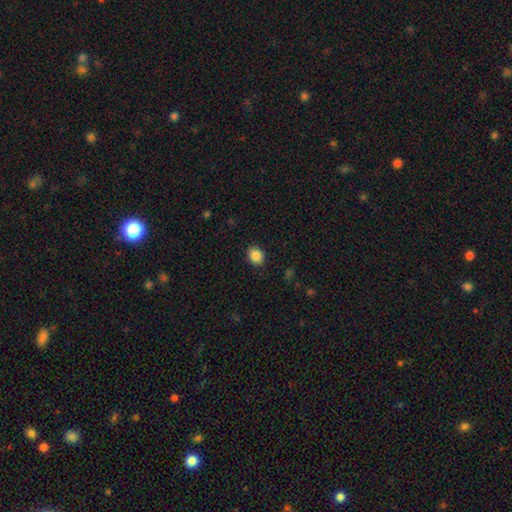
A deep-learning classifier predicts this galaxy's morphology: Overall: smooth (87%). How rounded: round (52%; in between 47%). Merging: none (88%).